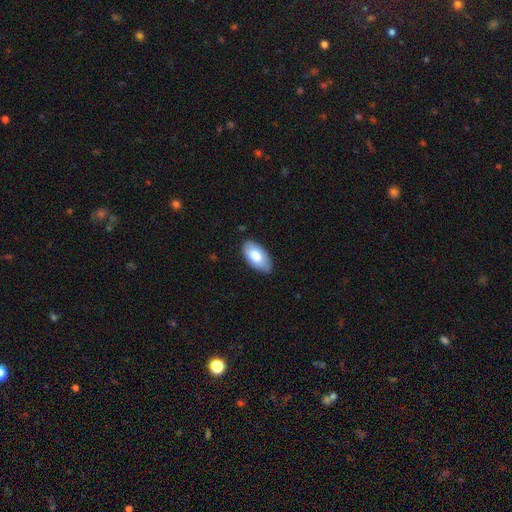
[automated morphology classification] A smooth galaxy with no disk features (81%) that is in between round and cigar-shaped (96%). Merging: none (83%).